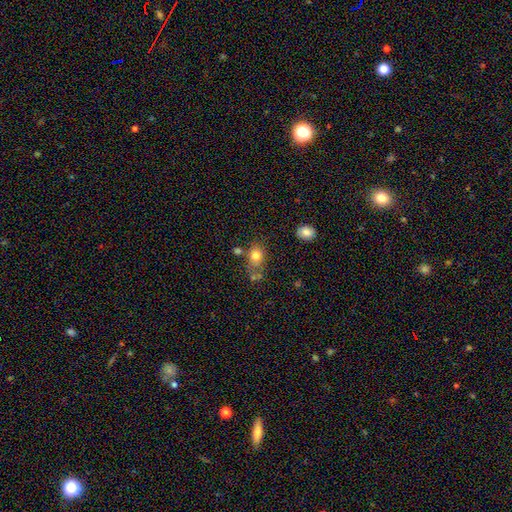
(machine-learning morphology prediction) Q: Smooth or featured?
A: smooth (78%); runner-up: star or artifact (11%)
Q: How rounded?
A: round (51%); runner-up: in between (48%)
Q: Merging?
A: none (57%); runner-up: minor disturbance (19%)